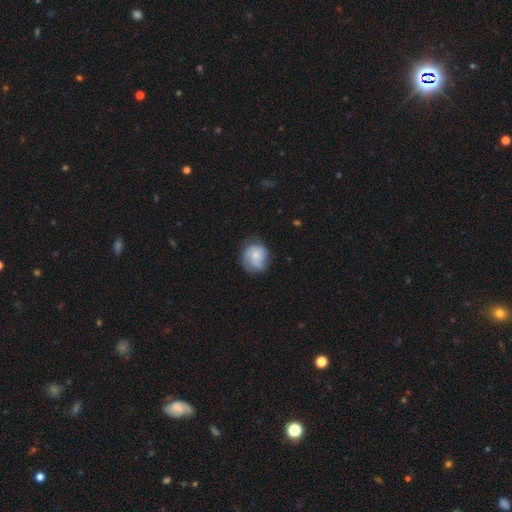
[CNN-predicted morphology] Q: Smooth or featured?
A: smooth (51%); runner-up: featured or disk (42%)
Q: How rounded?
A: round (78%); runner-up: in between (21%)
Q: Merging?
A: none (63%); runner-up: minor disturbance (26%)